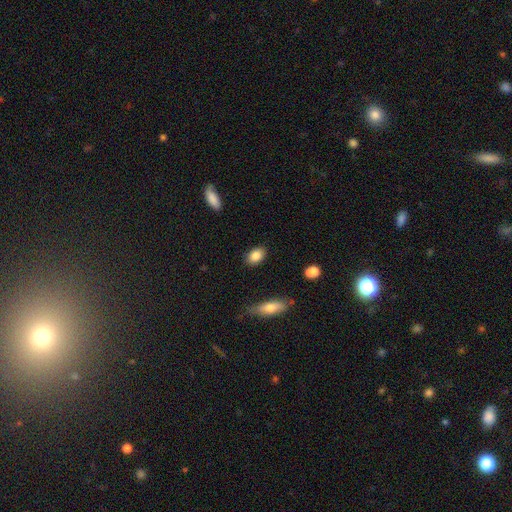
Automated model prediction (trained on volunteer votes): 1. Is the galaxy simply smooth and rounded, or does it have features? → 86% smooth, 7% star or artifact, 6% featured or disk.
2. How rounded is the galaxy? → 85% in between, 13% round, 2% cigar-shaped.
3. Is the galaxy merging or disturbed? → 86% none, 10% minor disturbance, 2% major disturbance, 2% merger.